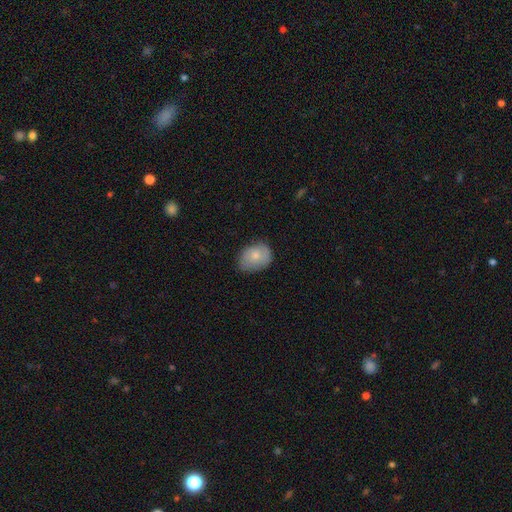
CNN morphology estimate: Overall: smooth (75%). How rounded: in between (66%; round 33%). Merging: none (68%).